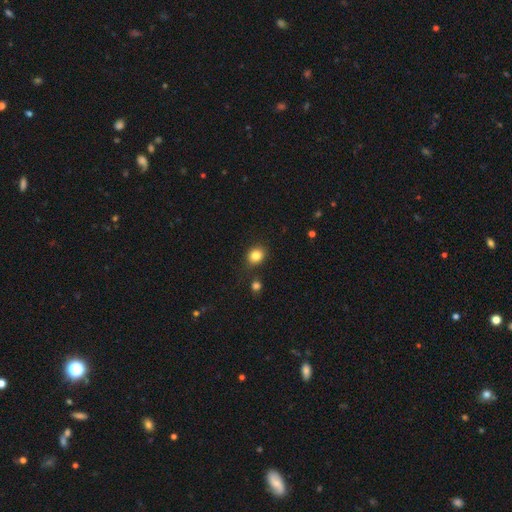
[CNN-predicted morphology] Smooth or featured? Predicted: smooth (p=0.84). How rounded? Predicted: round (p=0.59). Merging? Predicted: none (p=0.79).